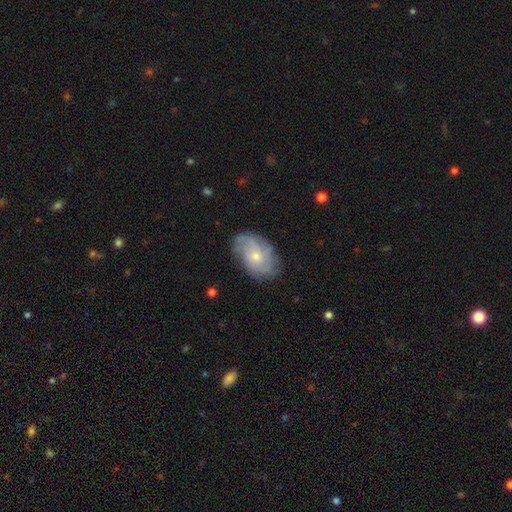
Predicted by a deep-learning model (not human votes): Smooth or featured?
  - featured or disk: 62% *
  - smooth: 31%
  - star or artifact: 7%
Edge-on disk?
  - no: 96% *
  - yes: 4%
Bar?
  - no: 80% *
  - weak: 18%
  - strong: 2%
Spiral arms?
  - yes: 86% *
  - no: 14%
Spiral winding?
  - tight: 45% *
  - medium: 37%
  - loose: 18%
Spiral arm count?
  - can't tell: 43% *
  - 2: 21%
  - 3: 18%
  - 4: 8%
  - 1: 6%
  - more than 4: 5%
Bulge size?
  - small: 59% *
  - moderate: 36%
  - none: 2%
  - large: 2%
  - dominant: 1%
Merging?
  - none: 71% *
  - minor disturbance: 21%
  - major disturbance: 7%
  - merger: 1%